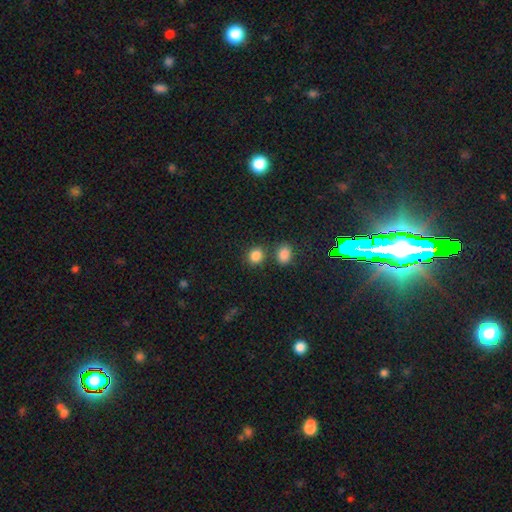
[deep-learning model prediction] This is clearly a smooth galaxy (84%). How rounded: likely round (72%). Merging: likely none (68%).